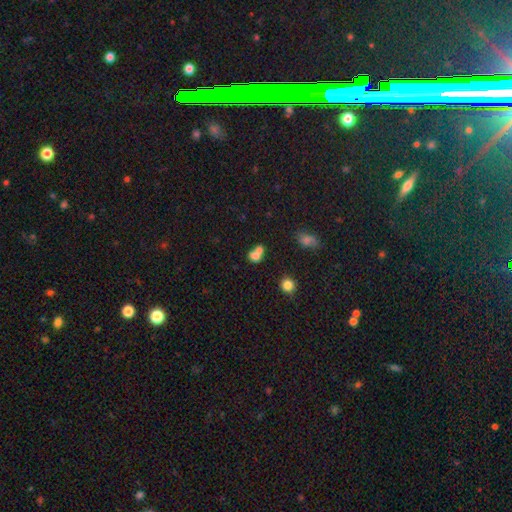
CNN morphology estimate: The model was most divided on "how rounded": round: 56%, in between: 43%, cigar-shaped: 1%. More confident: smooth or featured — smooth (71%); merging — merger (62%).